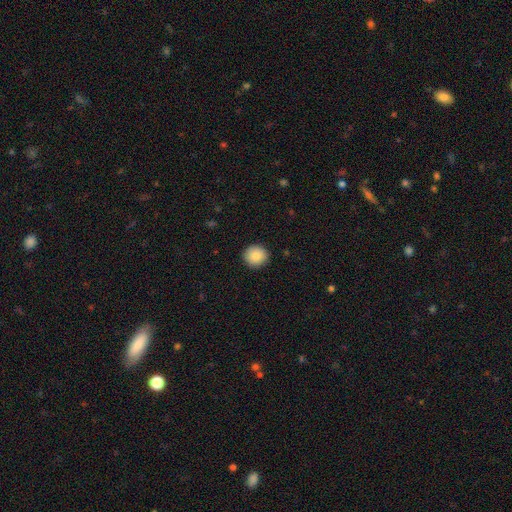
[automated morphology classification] smooth-or-featured: smooth: 88% | star or artifact: 8% | featured or disk: 4%
  how-rounded: round: 91% | in between: 8% | cigar-shaped: 1%
  merging: none: 92% | minor disturbance: 5% | major disturbance: 2% | merger: 1%